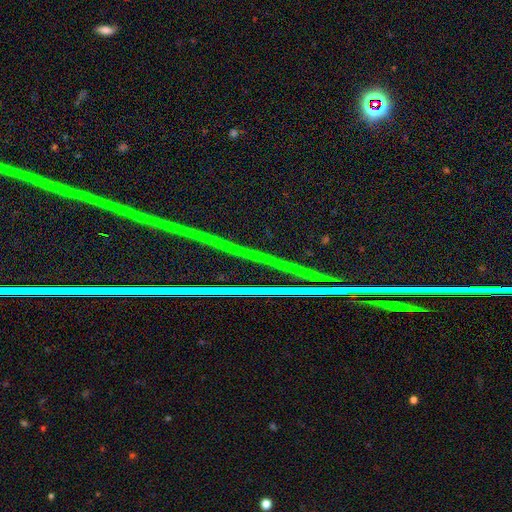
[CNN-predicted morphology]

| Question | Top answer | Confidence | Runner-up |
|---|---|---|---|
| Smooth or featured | star or artifact | 87% | featured or disk (8%) |